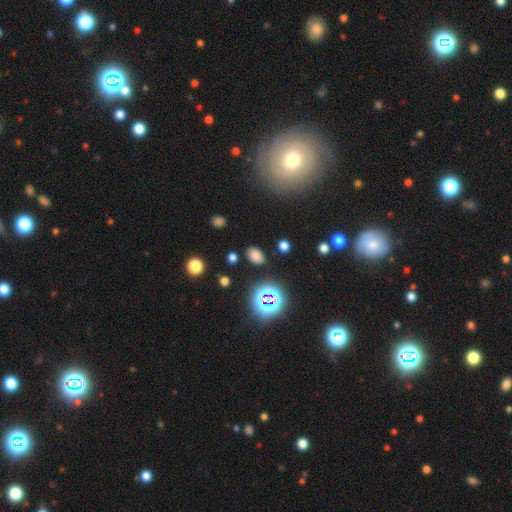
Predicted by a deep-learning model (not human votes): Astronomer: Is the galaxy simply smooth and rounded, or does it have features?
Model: smooth — 71%.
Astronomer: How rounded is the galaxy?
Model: in between — 84%.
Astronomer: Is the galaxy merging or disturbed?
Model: none — 85%.